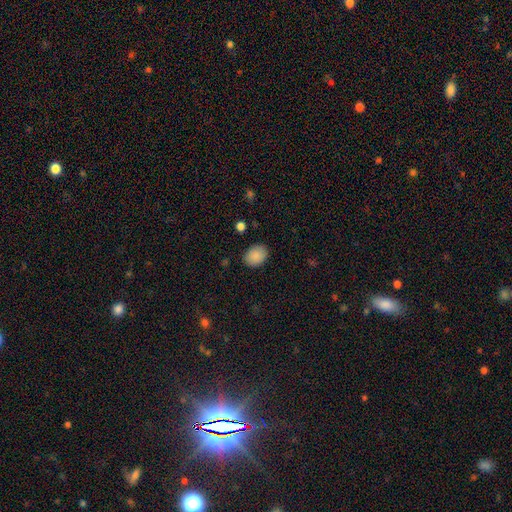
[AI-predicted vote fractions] Smooth or featured? Predicted: smooth (p=0.89). How rounded? Predicted: in between (p=0.63). Merging? Predicted: none (p=0.87).